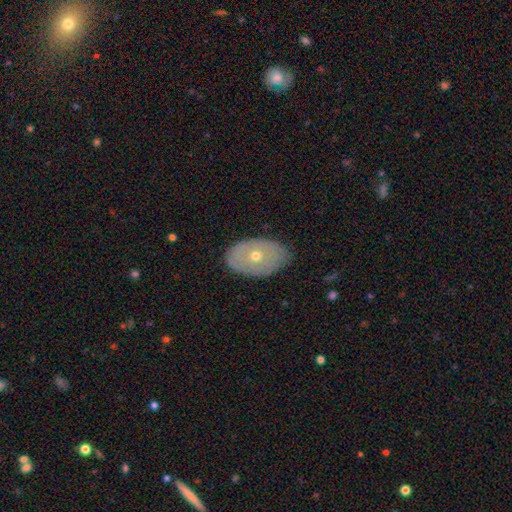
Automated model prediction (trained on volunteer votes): smooth 49%, featured or disk 43%, star or artifact 8%. Down the decision tree: merging — none (81%).